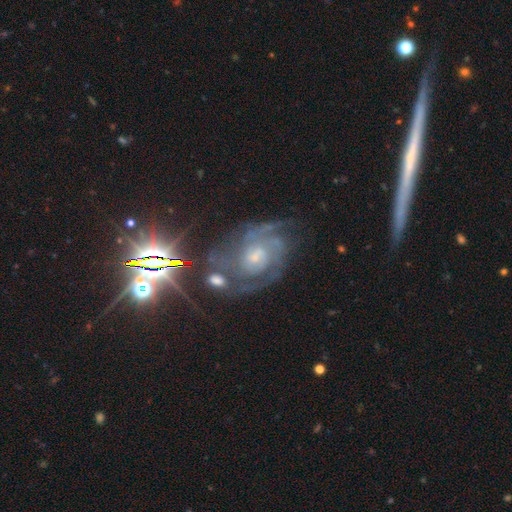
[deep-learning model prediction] A featured or disk galaxy (78%) with no bar (68%), 2 (30%) tight (61%) spiral arms (96%) and a small central bulge (56%). Merging: none (62%).